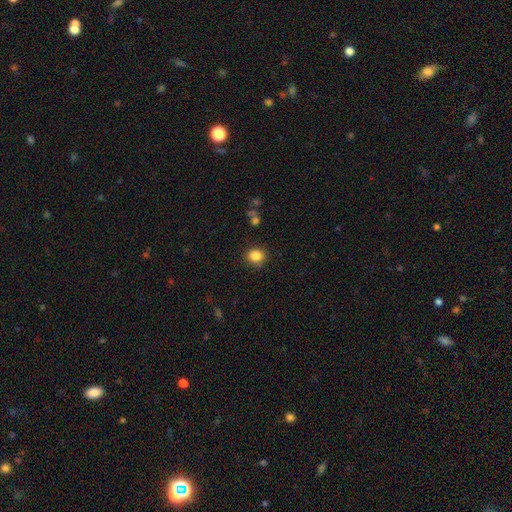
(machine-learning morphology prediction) Smooth or featured: smooth — 85% (star or artifact — 10%)
How rounded: round — 73% (in between — 27%)
Merging: none — 84% (minor disturbance — 11%)